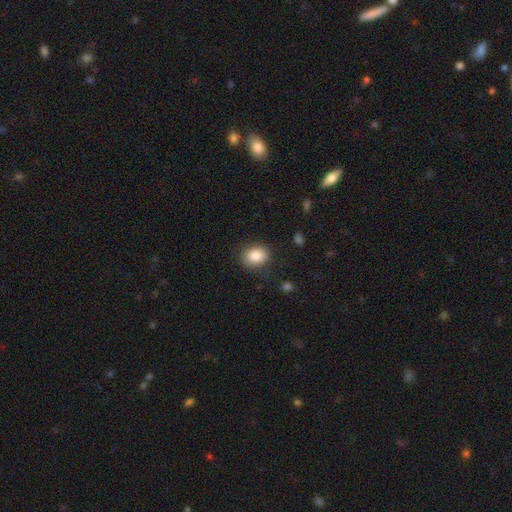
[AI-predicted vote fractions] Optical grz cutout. It shows a smooth galaxy with no disk features (86%) that is in between round and cigar-shaped (55%). Merging: none (83%).